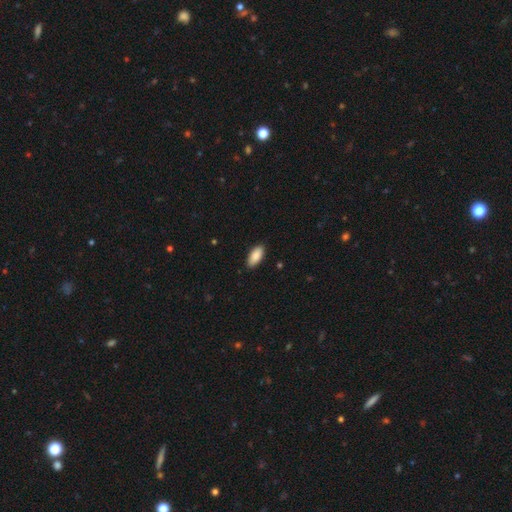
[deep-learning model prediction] smooth-or-featured: smooth: 89% | star or artifact: 6% | featured or disk: 5%
  how-rounded: in between: 89% | cigar-shaped: 9% | round: 2%
  merging: none: 89% | minor disturbance: 9% | major disturbance: 2% | merger: 1%